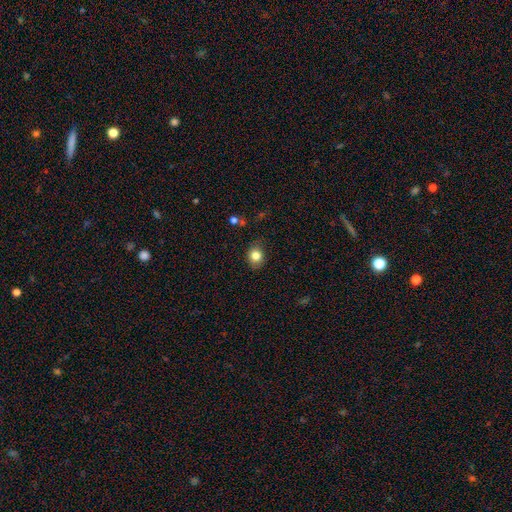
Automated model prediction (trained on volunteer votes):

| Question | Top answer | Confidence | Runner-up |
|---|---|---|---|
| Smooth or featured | smooth | 82% | star or artifact (10%) |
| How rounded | round | 60% | in between (39%) |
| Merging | none | 81% | minor disturbance (14%) |